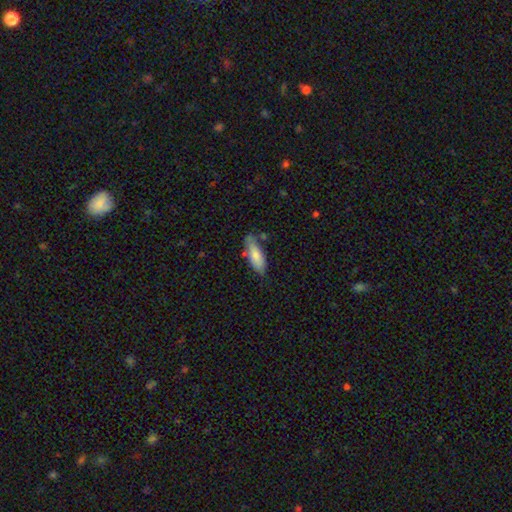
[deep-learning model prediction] The model was most divided on "how rounded": in between: 61%, cigar-shaped: 37%, round: 2%. More confident: smooth or featured — smooth (79%); merging — none (68%).